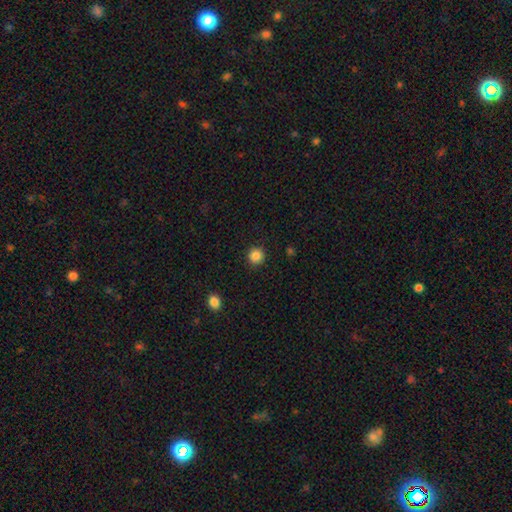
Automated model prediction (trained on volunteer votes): This appears to be a smooth galaxy with no disk features (86%) that is round (94%). Merging: none (92%).